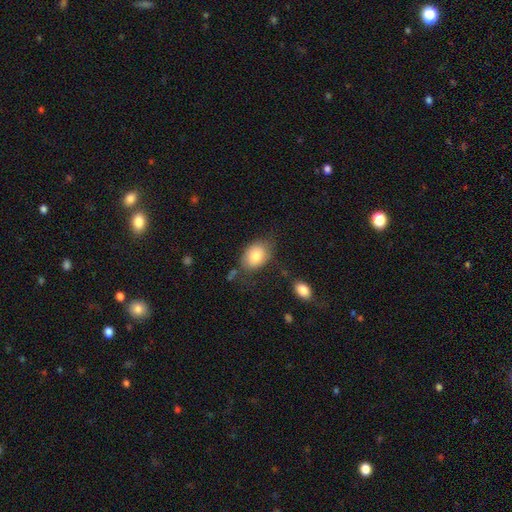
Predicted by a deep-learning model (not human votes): Morphology: type=smooth (80%); roundness=in between (81%); merging=none (66%).